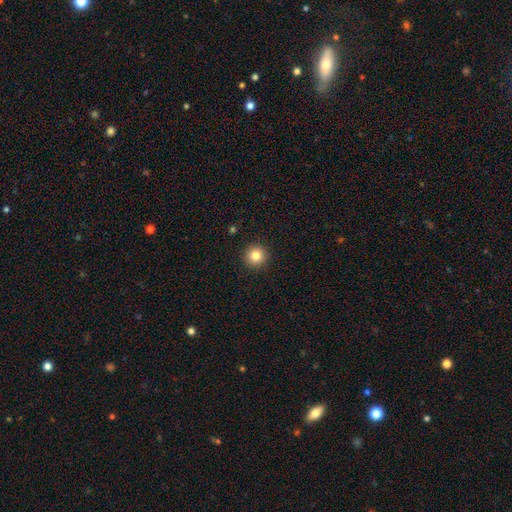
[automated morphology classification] This is clearly a smooth galaxy (83%). How rounded: clearly round (95%). Merging: clearly none (92%).